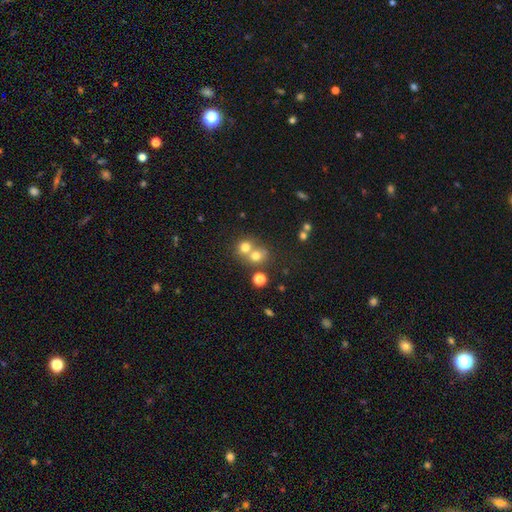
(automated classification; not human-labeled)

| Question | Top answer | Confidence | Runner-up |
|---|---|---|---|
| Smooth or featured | smooth | 70% | star or artifact (15%) |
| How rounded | round | 76% | in between (23%) |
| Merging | merger | 56% | none (35%) |